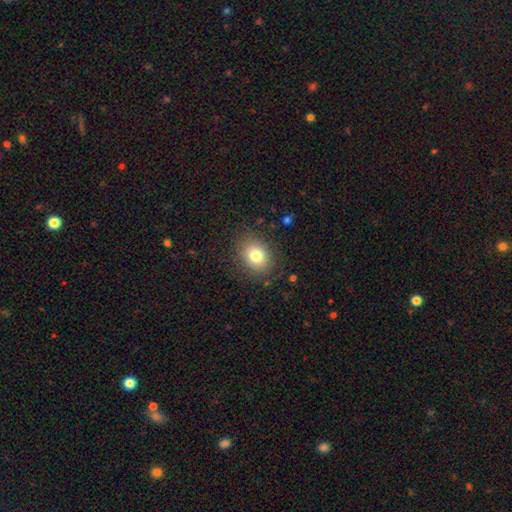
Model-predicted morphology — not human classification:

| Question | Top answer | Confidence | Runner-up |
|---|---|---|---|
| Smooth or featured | smooth | 79% | star or artifact (11%) |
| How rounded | round | 53% | in between (46%) |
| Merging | none | 84% | minor disturbance (11%) |